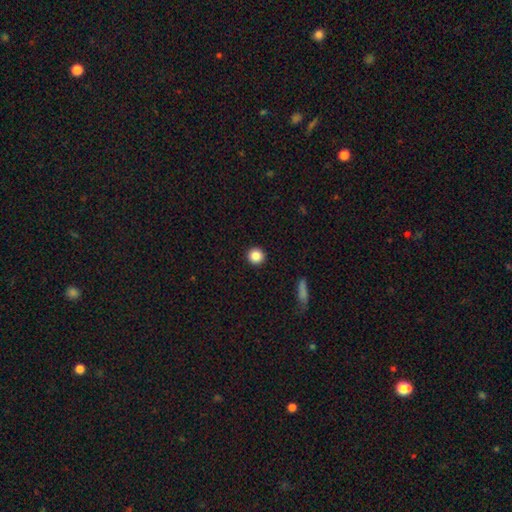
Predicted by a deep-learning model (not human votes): Smooth or featured? smooth (85%)
How rounded? round (95%)
Merging? none (93%)